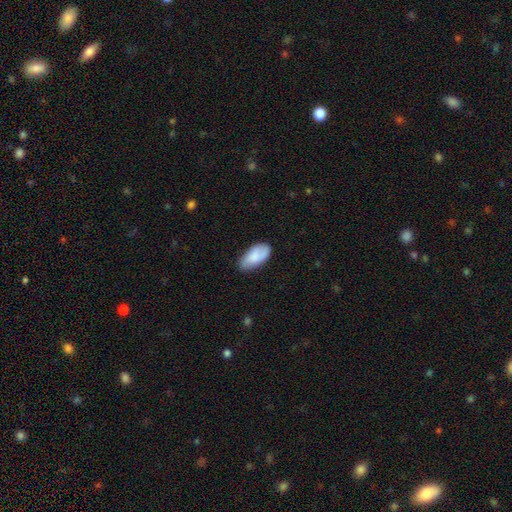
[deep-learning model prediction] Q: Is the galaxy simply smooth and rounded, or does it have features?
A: smooth — 80%.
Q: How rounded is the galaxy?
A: in between — 94%.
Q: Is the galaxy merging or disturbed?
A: none — 70%.